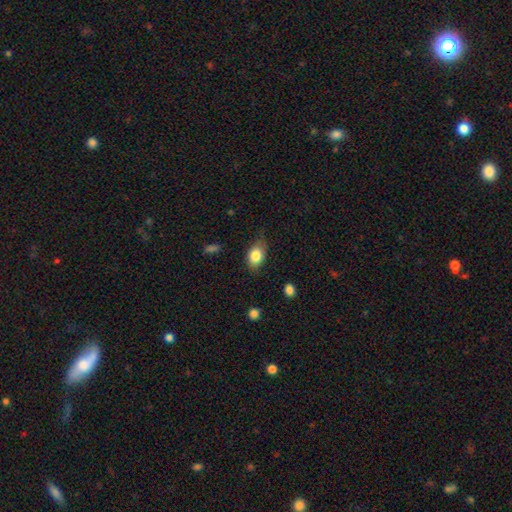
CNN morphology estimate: A smooth galaxy with no disk features (82%) that is in between round and cigar-shaped (77%). Merging: none (67%).